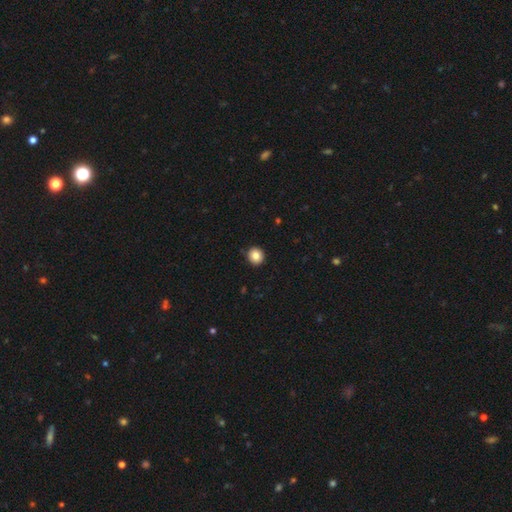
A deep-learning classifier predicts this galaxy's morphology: A smooth galaxy with no disk features (85%) that is round (87%). Merging: none (90%).